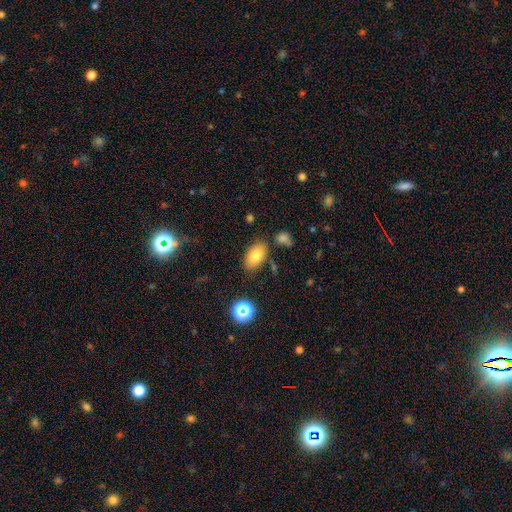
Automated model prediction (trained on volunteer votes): A smooth galaxy with no disk features (77%) that is in between round and cigar-shaped (92%). Merging: none (80%).